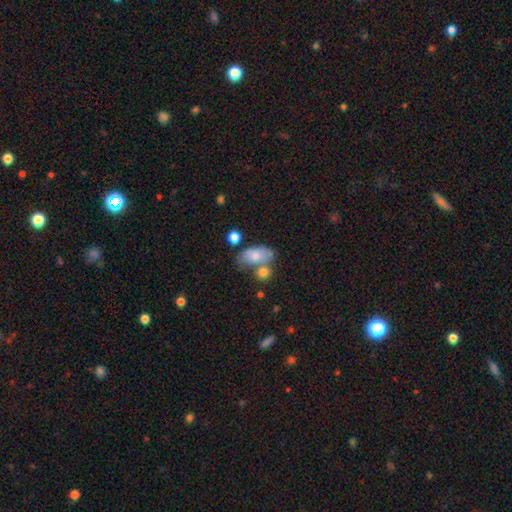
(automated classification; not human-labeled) This is likely a smooth galaxy (73%). How rounded: clearly in between (88%). Merging: marginally none (39%).